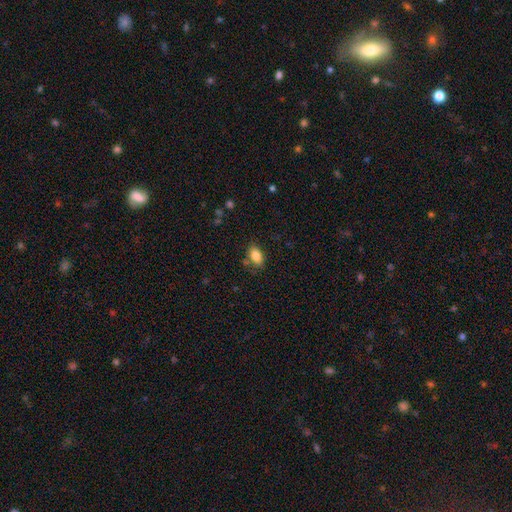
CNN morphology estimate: smooth-or-featured: smooth: 84% | star or artifact: 8% | featured or disk: 8%
  how-rounded: in between: 89% | round: 9% | cigar-shaped: 2%
  merging: none: 75% | minor disturbance: 15% | merger: 6% | major disturbance: 4%